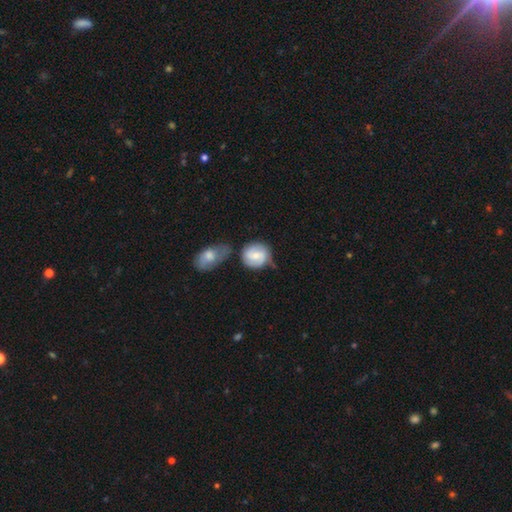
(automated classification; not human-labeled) Overall: featured or disk (47%, tied with smooth). Merging: none (49%; merger 23%).